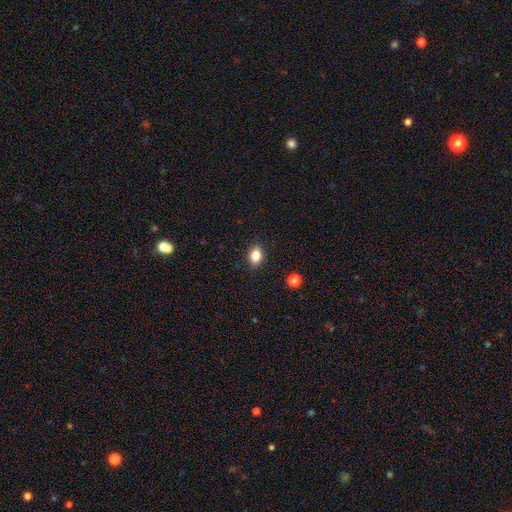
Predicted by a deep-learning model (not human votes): This is clearly a smooth galaxy (84%). How rounded: likely in between (71%). Merging: clearly none (89%).